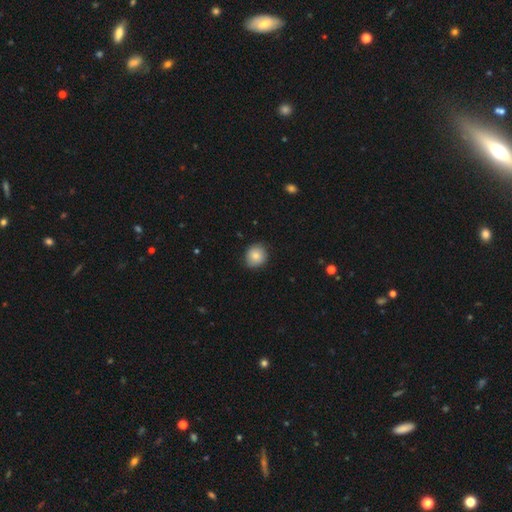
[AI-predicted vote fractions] Overall: smooth (83%). How rounded: round (81%). Merging: none (84%).